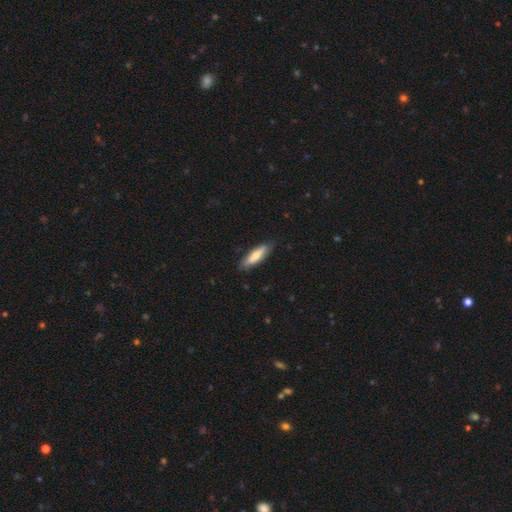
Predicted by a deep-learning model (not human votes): smooth 68%, featured or disk 26%, star or artifact 5%. Down the decision tree: how rounded — cigar-shaped (58%); merging — none (83%).